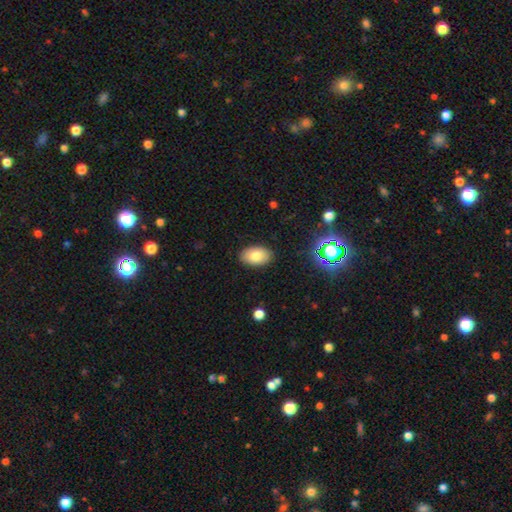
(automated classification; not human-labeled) Overall: smooth (80%). How rounded: in between (92%). Merging: none (88%).